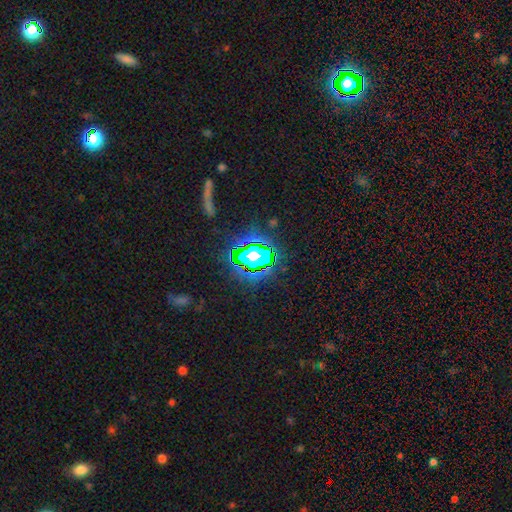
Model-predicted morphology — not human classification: Smooth or featured: star or artifact — 62% (smooth — 24%)